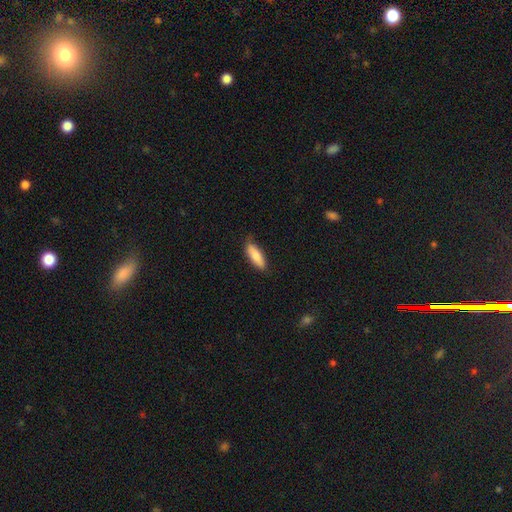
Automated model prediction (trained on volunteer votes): smooth_or_featured: smooth (p=0.85) [alt: featured or disk p=0.09]
how_rounded: in between (p=0.59) [alt: cigar-shaped p=0.40]
merging: none (p=0.78) [alt: minor disturbance p=0.18]